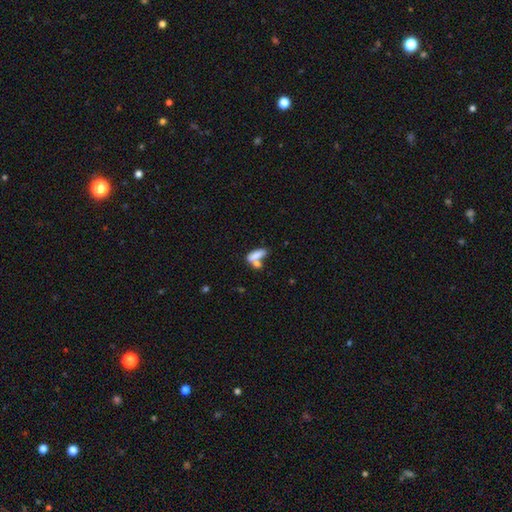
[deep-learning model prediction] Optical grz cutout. It shows a smooth galaxy with no disk features (76%) that is in between round and cigar-shaped (59%). Merging: merger (48%).